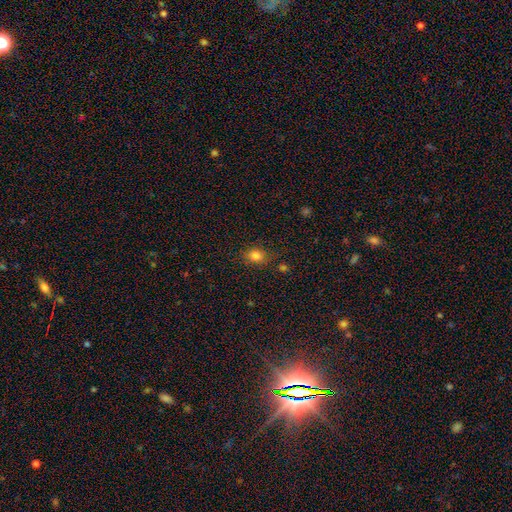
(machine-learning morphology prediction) This appears to be a smooth galaxy with no disk features (81%) that is round (51%). Merging: none (78%).